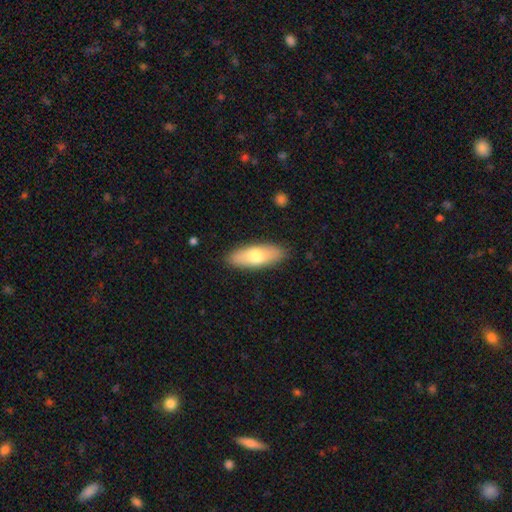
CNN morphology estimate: Q: Smooth or featured?
A: smooth (68%); runner-up: featured or disk (27%)
Q: How rounded?
A: in between (68%); runner-up: cigar-shaped (29%)
Q: Merging?
A: none (88%); runner-up: minor disturbance (9%)